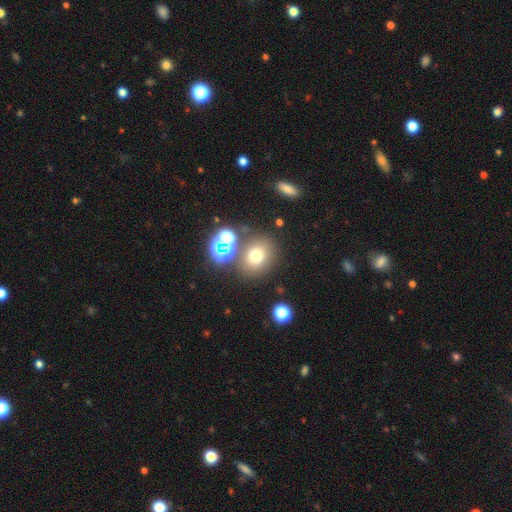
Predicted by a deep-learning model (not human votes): Overall: smooth (68%). How rounded: round (72%). Merging: none (73%).